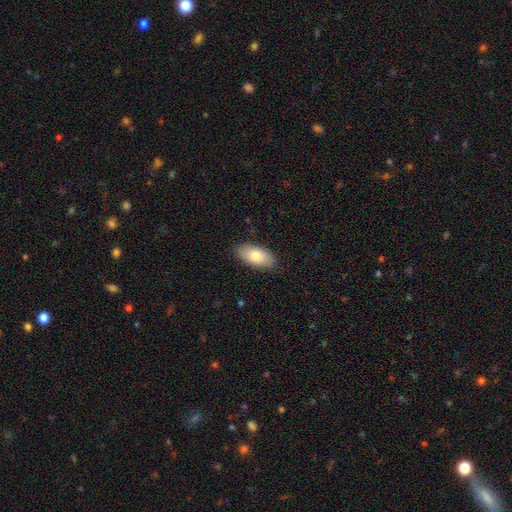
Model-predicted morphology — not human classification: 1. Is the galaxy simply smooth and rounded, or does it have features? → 81% smooth, 13% featured or disk, 6% star or artifact.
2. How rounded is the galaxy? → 93% in between, 4% cigar-shaped, 3% round.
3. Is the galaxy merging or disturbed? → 87% none, 10% minor disturbance, 2% major disturbance, 1% merger.